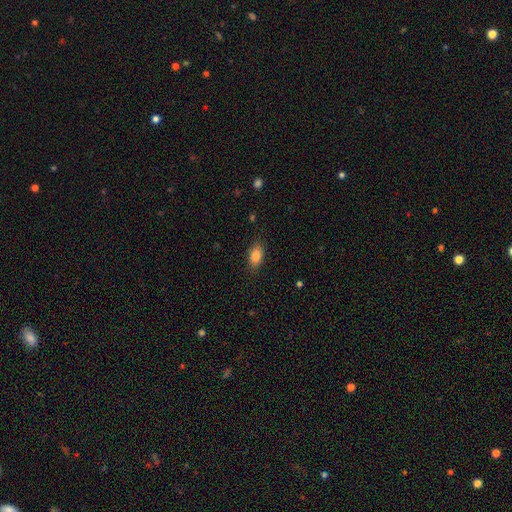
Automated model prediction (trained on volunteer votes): This appears to be a smooth galaxy with no disk features (85%) that is in between round and cigar-shaped (89%). Merging: none (86%).